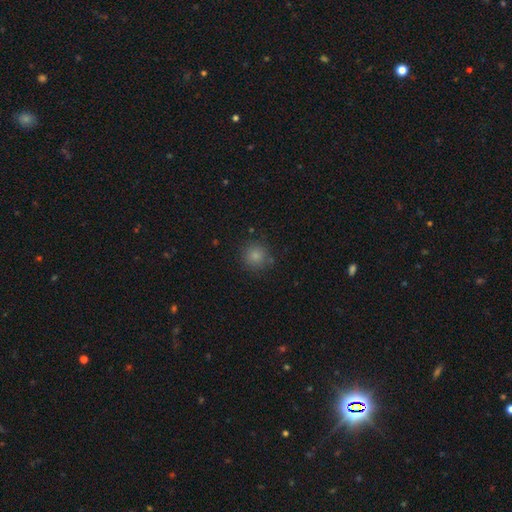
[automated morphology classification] Smooth or featured? Predicted: smooth (p=0.83). How rounded? Predicted: round (p=0.93). Merging? Predicted: none (p=0.83).